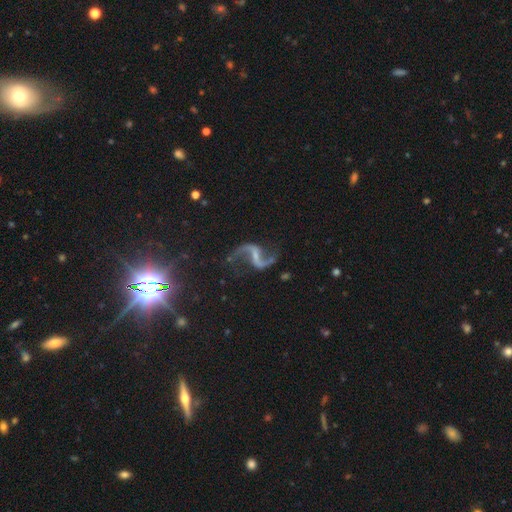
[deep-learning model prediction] A featured or disk galaxy (90%) with a weak bar (43%), 2 (94%) loose (88%) spiral arms (97%) and a small central bulge (43%). Merging: none (75%).